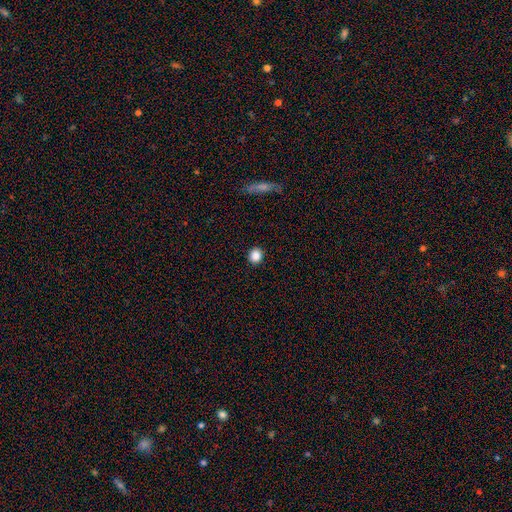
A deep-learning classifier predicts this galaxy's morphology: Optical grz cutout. It shows a smooth galaxy with no disk features (86%) that is round (85%). Merging: none (92%).